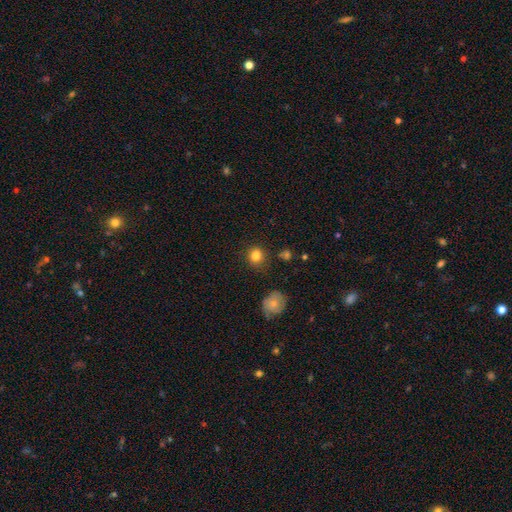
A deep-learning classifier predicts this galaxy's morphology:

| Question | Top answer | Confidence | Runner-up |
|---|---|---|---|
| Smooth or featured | smooth | 83% | star or artifact (11%) |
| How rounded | round | 80% | in between (19%) |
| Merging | none | 81% | minor disturbance (12%) |